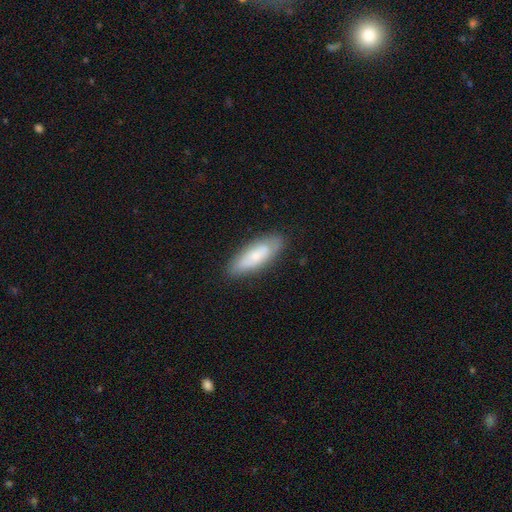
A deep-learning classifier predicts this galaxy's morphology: type=smooth (65%); roundness=in between (63%); merging=none (81%).